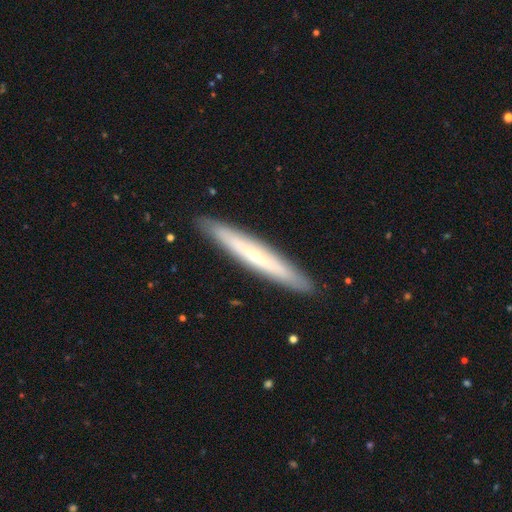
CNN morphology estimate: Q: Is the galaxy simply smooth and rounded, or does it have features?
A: featured or disk — 50%.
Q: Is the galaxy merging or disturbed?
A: none — 91%.